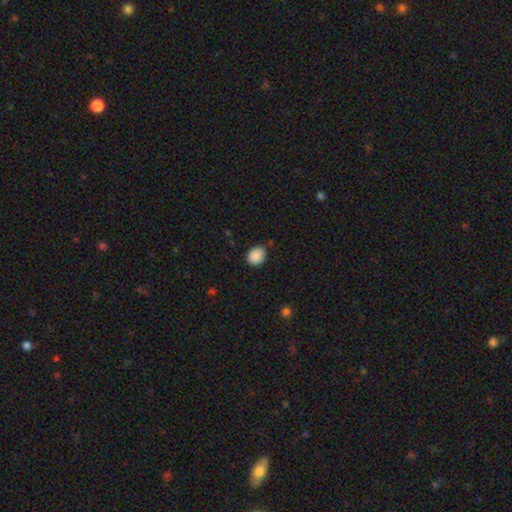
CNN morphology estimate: Q: Smooth or featured?
A: smooth (89%); runner-up: star or artifact (9%)
Q: How rounded?
A: round (62%); runner-up: in between (37%)
Q: Merging?
A: none (80%); runner-up: minor disturbance (15%)